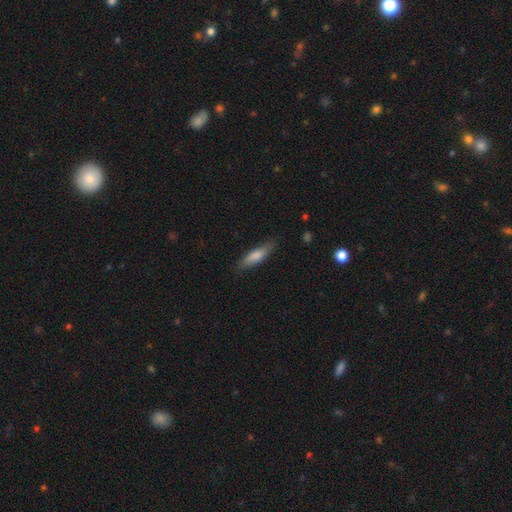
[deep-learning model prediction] Smooth or featured?
  - smooth: 77% *
  - featured or disk: 17%
  - star or artifact: 6%
How rounded?
  - cigar-shaped: 63% *
  - in between: 36%
  - round: 2%
Merging?
  - none: 79% *
  - minor disturbance: 16%
  - major disturbance: 3%
  - merger: 1%